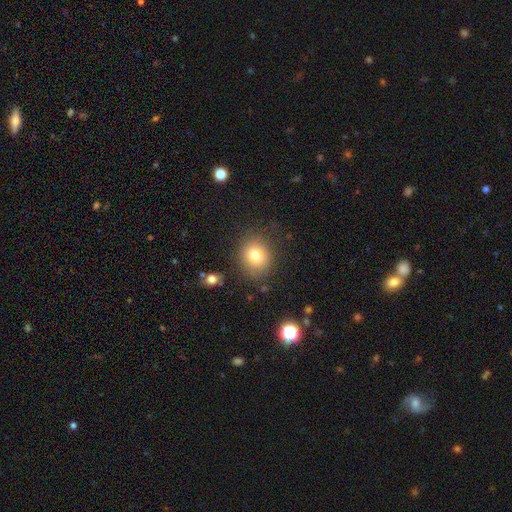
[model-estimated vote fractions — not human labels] A smooth galaxy with no disk features (78%) that is round (70%). Merging: none (80%).